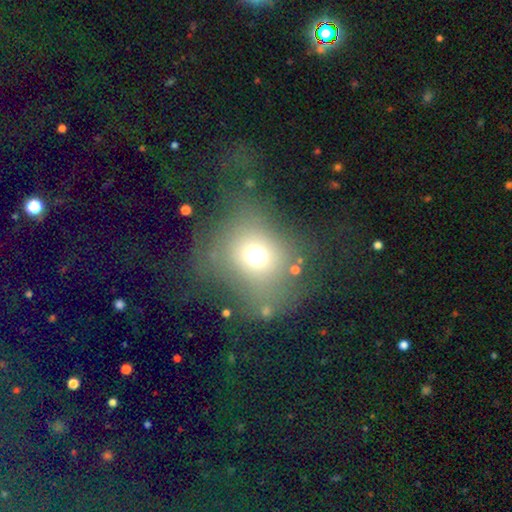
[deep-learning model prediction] smooth 65%, star or artifact 20%, featured or disk 15%. Down the decision tree: how rounded — round (70%); merging — none (59%).